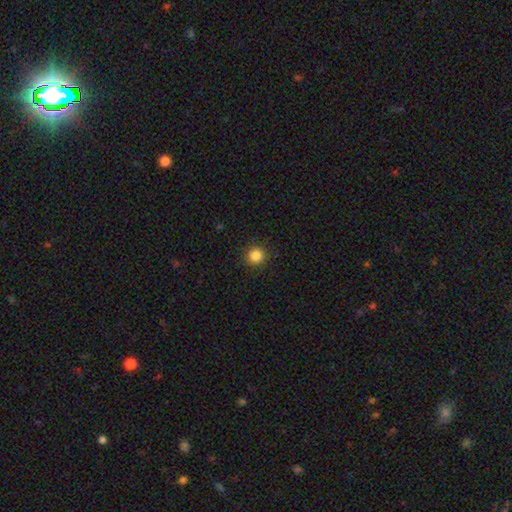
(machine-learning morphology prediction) Overall: smooth (85%). How rounded: round (94%). Merging: none (91%).